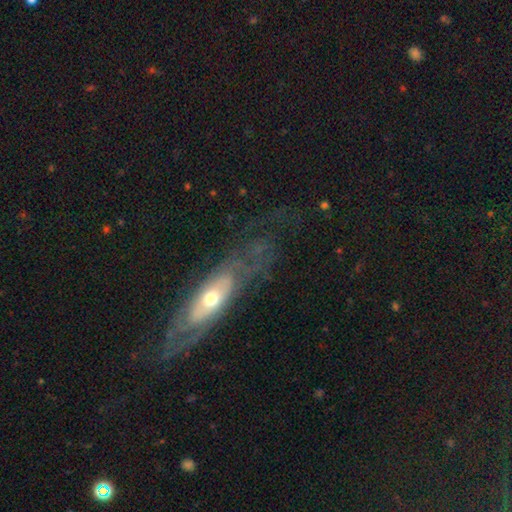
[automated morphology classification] Smooth or featured? featured or disk (71%)
Edge-on disk? no (63%)
Merging? none (71%)